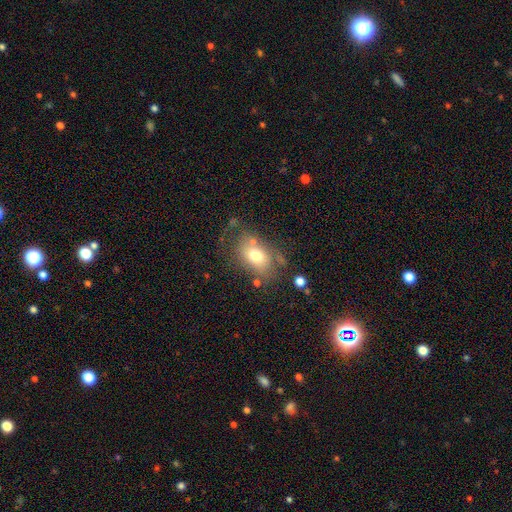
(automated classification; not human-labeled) A smooth galaxy with no disk features (69%) that is in between round and cigar-shaped (77%).

Vote fractions:
- Smooth or featured? smooth: 69% / featured or disk: 21% / star or artifact: 11%
- How rounded? in between: 77% / round: 22% / cigar-shaped: 1%
- Merging? none: 60% / minor disturbance: 21% / major disturbance: 11% / merger: 8%